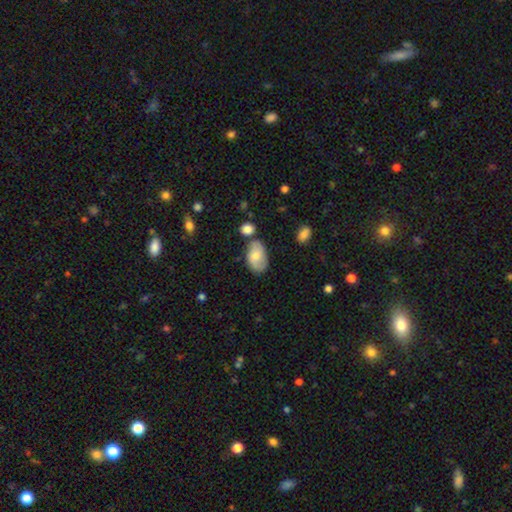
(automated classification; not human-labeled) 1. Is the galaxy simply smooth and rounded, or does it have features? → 67% smooth, 26% featured or disk, 7% star or artifact.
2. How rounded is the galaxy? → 92% in between, 7% round, 2% cigar-shaped.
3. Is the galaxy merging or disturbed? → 62% none, 23% minor disturbance, 10% merger, 6% major disturbance.